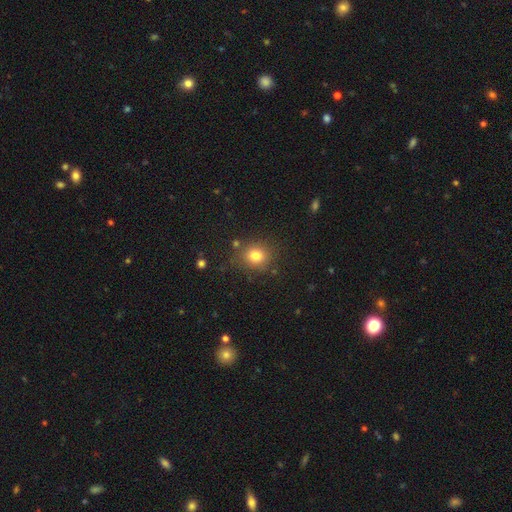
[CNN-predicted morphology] The model was most divided on "how rounded": round: 79%, in between: 20%, cigar-shaped: 1%. More confident: merging — none (82%); smooth or featured — smooth (79%).